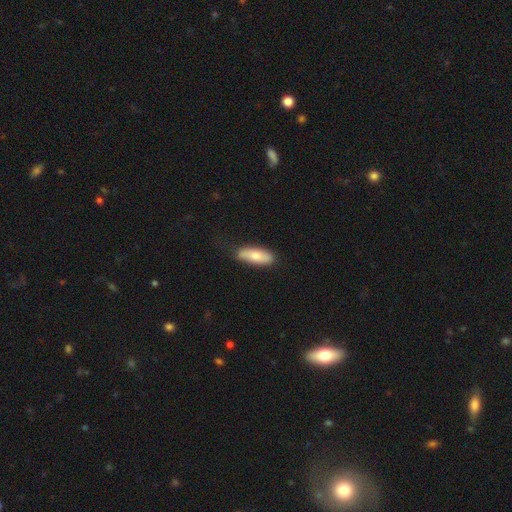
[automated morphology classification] Smooth or featured? smooth (72%)
How rounded? in between (66%)
Merging? none (78%)